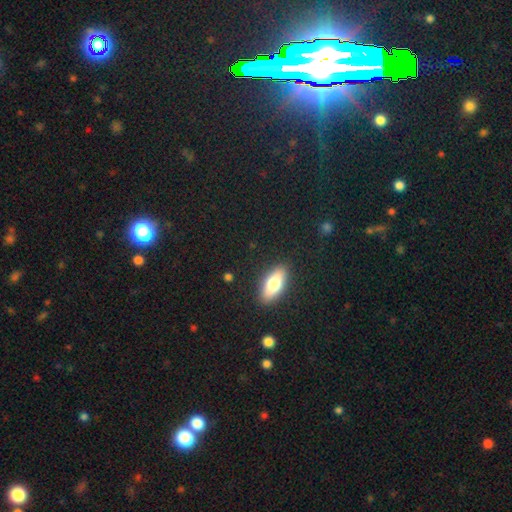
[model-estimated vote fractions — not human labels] Smooth or featured? Predicted: smooth (p=0.54). How rounded? Predicted: in between (p=0.76). Merging? Predicted: none (p=0.88).